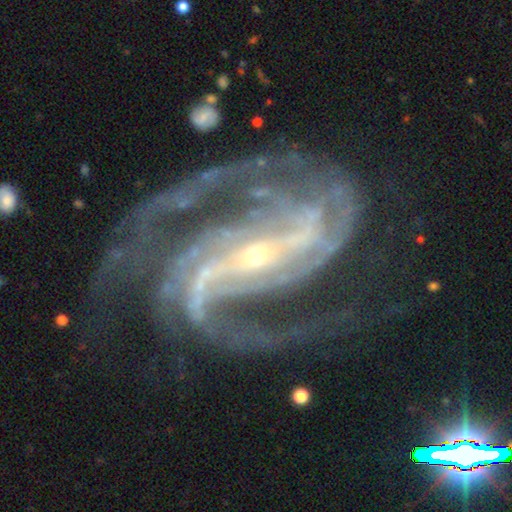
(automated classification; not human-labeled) A featured or disk galaxy (93%) with a strong bar (69%), 2 (45%) medium (54%) spiral arms (99%) and a small central bulge (82%).

Vote fractions:
- Smooth or featured? featured or disk: 93% / star or artifact: 5% / smooth: 2%
- Edge-on disk? no: 98% / yes: 2%
- Bar? strong: 69% / weak: 21% / no: 10%
- Spiral arms? yes: 99% / no: 1%
- Spiral winding? medium: 54% / tight: 35% / loose: 12%
- Spiral arm count? 2: 45% / 3: 21% / 4: 11% / can't tell: 9% / more than 4: 7% / 1: 7%
- Bulge size? small: 82% / moderate: 14% / none: 1% / large: 1% / dominant: 1%
- Merging? none: 66% / minor disturbance: 18% / major disturbance: 14% / merger: 2%